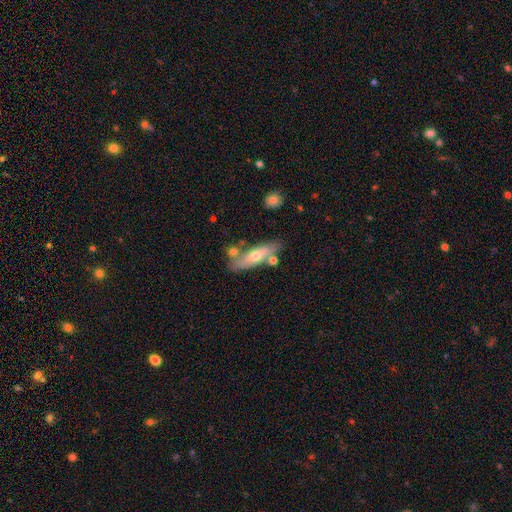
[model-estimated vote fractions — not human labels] This appears to be a smooth galaxy with no disk features (50%) that is cigar-shaped (52%). Merging: none (65%).